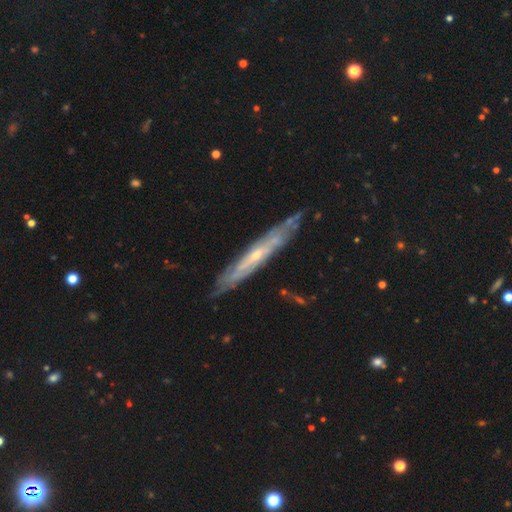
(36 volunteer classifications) smooth-or-featured: featured or disk: 92% | smooth: 8% | star or artifact: 0%
  disk-edge-on: yes: 58% | no: 42%
    edge-on-bulge: rounded: 53% | none: 37% | boxy: 11%
  merging: none: 72% | minor disturbance: 22% | major disturbance: 6% | merger: 0%